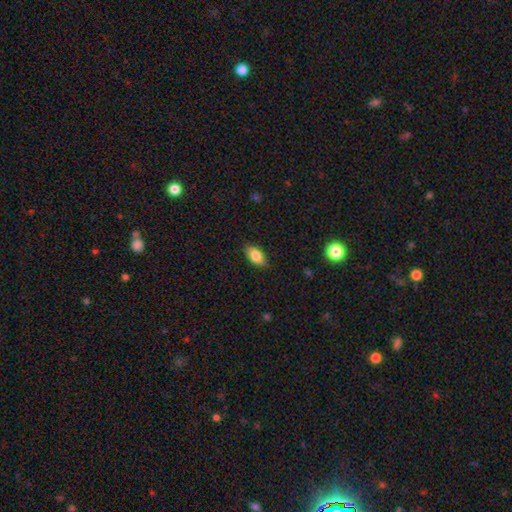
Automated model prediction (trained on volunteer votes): Q: Smooth or featured?
A: smooth (83%); runner-up: featured or disk (10%)
Q: How rounded?
A: in between (90%); runner-up: cigar-shaped (6%)
Q: Merging?
A: none (86%); runner-up: minor disturbance (10%)